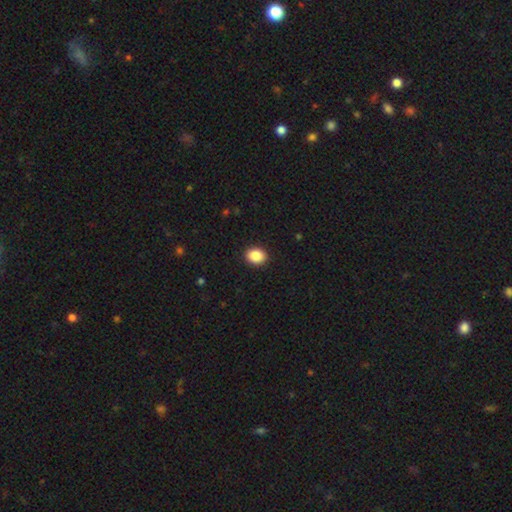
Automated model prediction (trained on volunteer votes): Smooth or featured? Predicted: smooth (p=0.88). How rounded? Predicted: in between (p=0.54). Merging? Predicted: none (p=0.92).